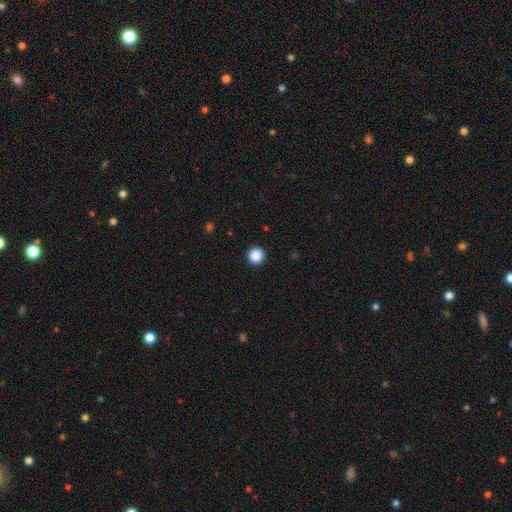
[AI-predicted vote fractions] This is clearly a smooth galaxy (87%). How rounded: clearly round (96%). Merging: clearly none (94%).